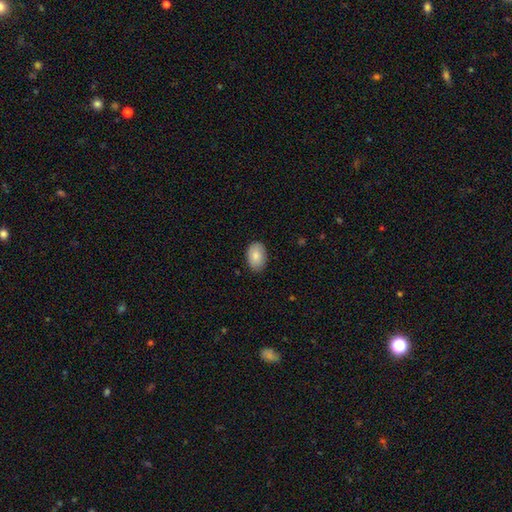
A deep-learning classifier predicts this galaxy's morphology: smooth 85%, featured or disk 9%, star or artifact 6%. Down the decision tree: how rounded — in between (89%); merging — none (85%).